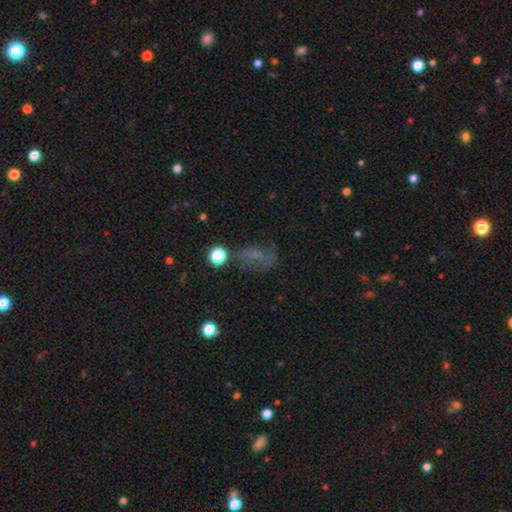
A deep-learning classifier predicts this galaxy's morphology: This appears to be a smooth galaxy with no disk features (41%). Merging: none (47%).